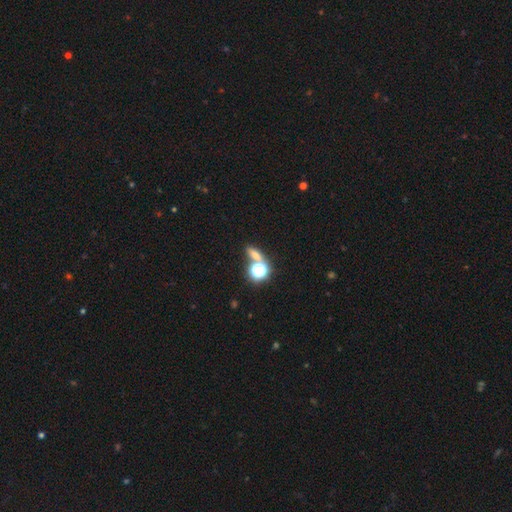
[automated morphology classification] This appears to be a smooth galaxy with no disk features (54%) that is in between round and cigar-shaped (45%). Merging: none (63%).